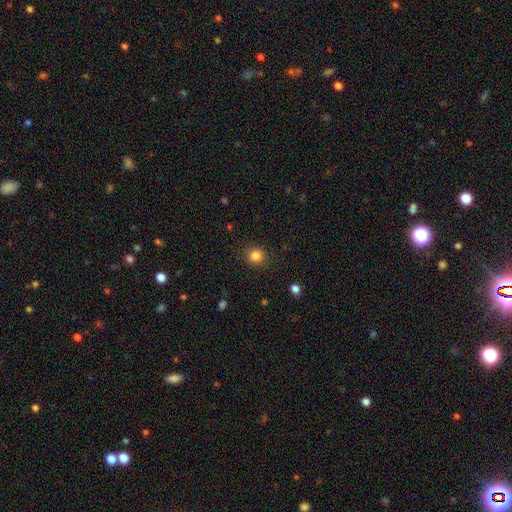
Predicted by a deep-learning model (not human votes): This is clearly a smooth galaxy (84%). How rounded: clearly round (87%). Merging: clearly none (88%).